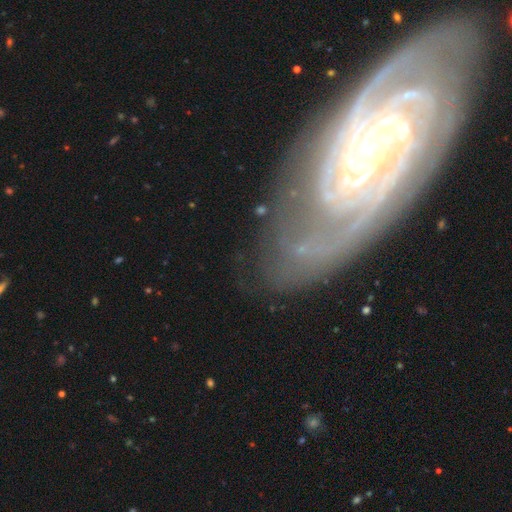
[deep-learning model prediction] Smooth or featured?
  - featured or disk: 90% *
  - star or artifact: 6%
  - smooth: 4%
Edge-on disk?
  - no: 95% *
  - yes: 5%
Bar?
  - no: 39% *
  - weak: 34%
  - strong: 27%
Spiral arms?
  - yes: 98% *
  - no: 2%
Spiral winding?
  - tight: 77% *
  - medium: 20%
  - loose: 3%
Spiral arm count?
  - 2: 31% *
  - 3: 25%
  - can't tell: 14%
  - 4: 14%
  - more than 4: 9%
  - 1: 8%
Bulge size?
  - small: 60% *
  - moderate: 35%
  - large: 2%
  - none: 1%
  - dominant: 1%
Merging?
  - none: 79% *
  - minor disturbance: 14%
  - major disturbance: 5%
  - merger: 2%